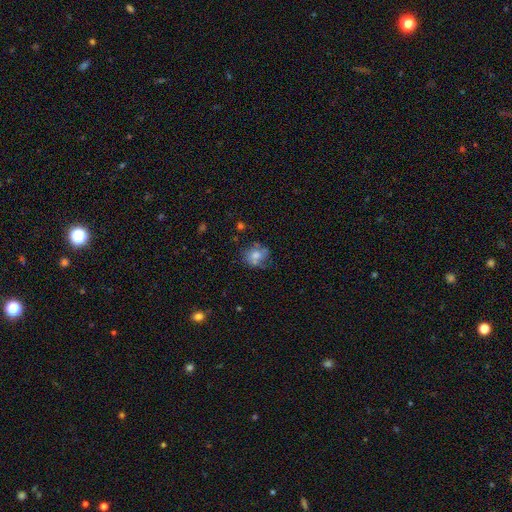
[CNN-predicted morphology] Smooth or featured: smooth — 61% (featured or disk — 27%)
How rounded: round — 55% (in between — 44%)
Merging: none — 52% (minor disturbance — 26%)